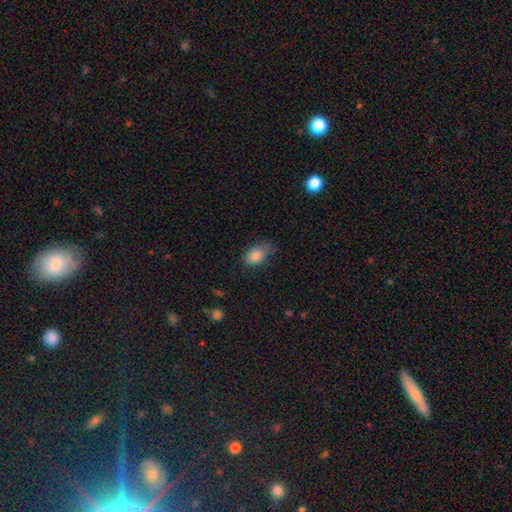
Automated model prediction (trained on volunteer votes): Smooth or featured? smooth (85%)
How rounded? in between (86%)
Merging? none (58%)